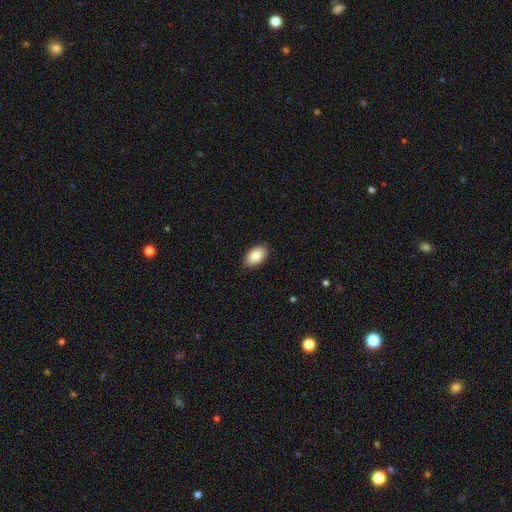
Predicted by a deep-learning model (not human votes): Smooth or featured: smooth — 88% (star or artifact — 6%)
How rounded: in between — 94% (round — 5%)
Merging: none — 89% (minor disturbance — 9%)